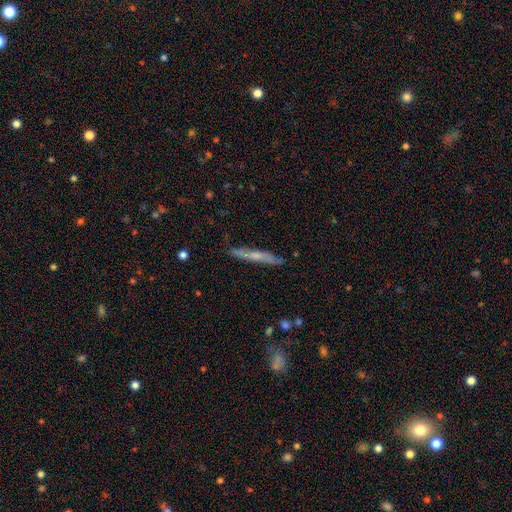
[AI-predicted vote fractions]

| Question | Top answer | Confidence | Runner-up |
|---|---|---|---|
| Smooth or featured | featured or disk | 51% | smooth (42%) |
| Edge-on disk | yes | 88% | no (12%) |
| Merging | none | 83% | minor disturbance (13%) |